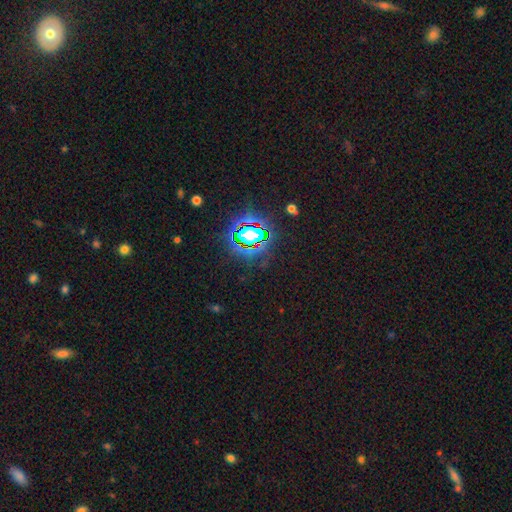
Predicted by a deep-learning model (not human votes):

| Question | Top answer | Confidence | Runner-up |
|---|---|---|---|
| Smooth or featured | star or artifact | 84% | smooth (10%) |